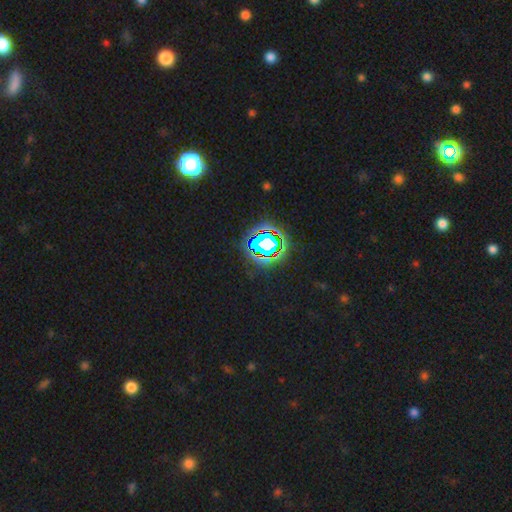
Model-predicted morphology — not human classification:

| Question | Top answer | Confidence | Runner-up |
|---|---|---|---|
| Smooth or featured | star or artifact | 82% | smooth (12%) |